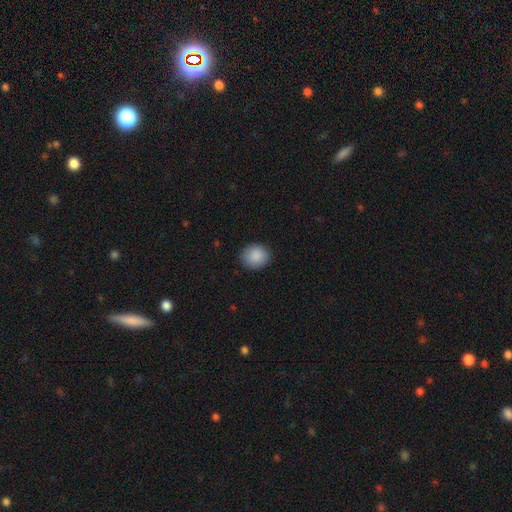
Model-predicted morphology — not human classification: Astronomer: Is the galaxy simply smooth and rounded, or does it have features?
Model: smooth — 89%.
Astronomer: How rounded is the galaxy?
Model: round — 69%.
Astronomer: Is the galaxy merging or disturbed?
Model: none — 87%.